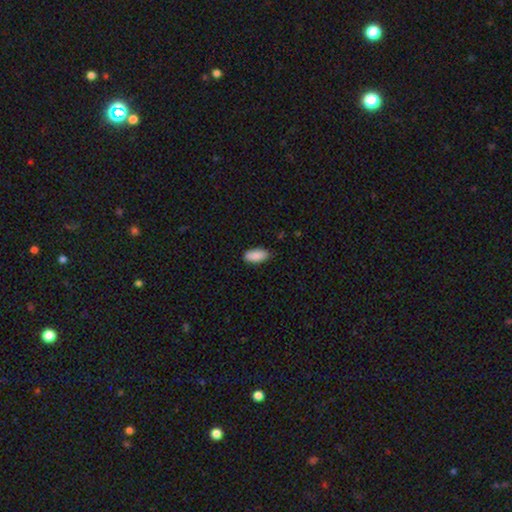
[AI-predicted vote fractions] Morphology: type=smooth (89%); roundness=in between (92%); merging=none (81%).